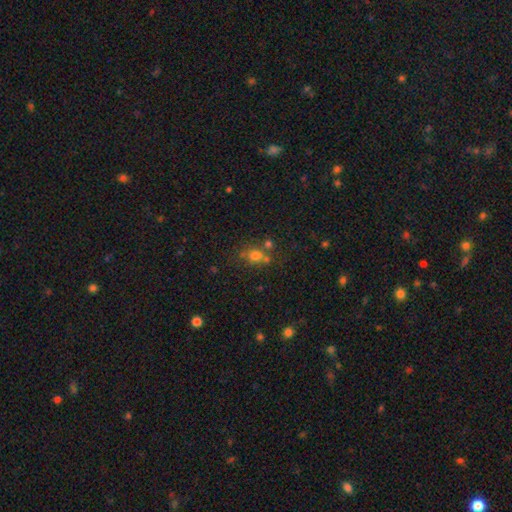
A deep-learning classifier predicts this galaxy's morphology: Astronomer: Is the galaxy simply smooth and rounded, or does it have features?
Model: smooth — 68%.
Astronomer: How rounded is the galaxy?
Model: round — 60% (runner-up: in between, 38%).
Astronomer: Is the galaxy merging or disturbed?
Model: none — 50% (runner-up: merger, 30%).